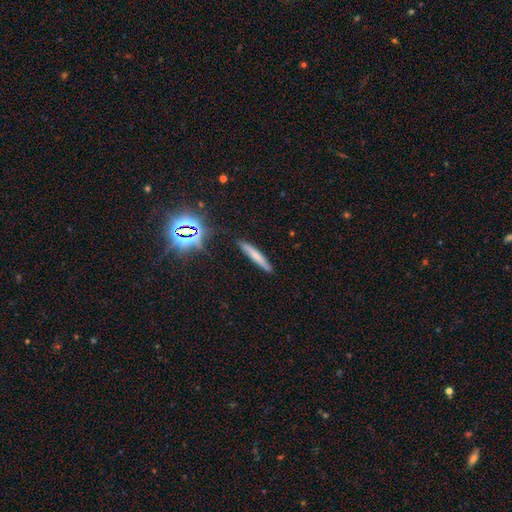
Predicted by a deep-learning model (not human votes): Smooth or featured? Predicted: smooth (p=0.66). How rounded? Predicted: cigar-shaped (p=0.92). Merging? Predicted: none (p=0.86).